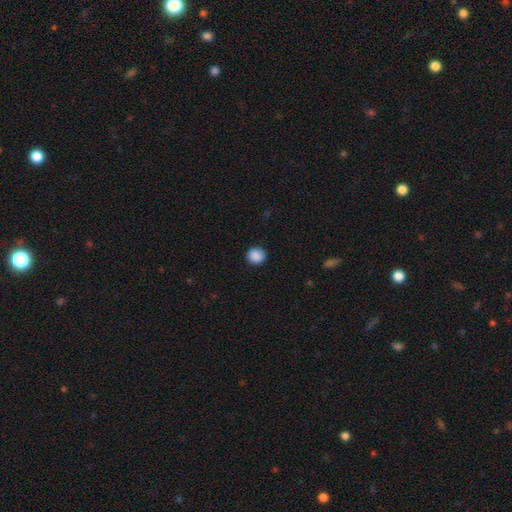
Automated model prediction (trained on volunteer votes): Smooth or featured? smooth (89%)
How rounded? round (91%)
Merging? none (90%)